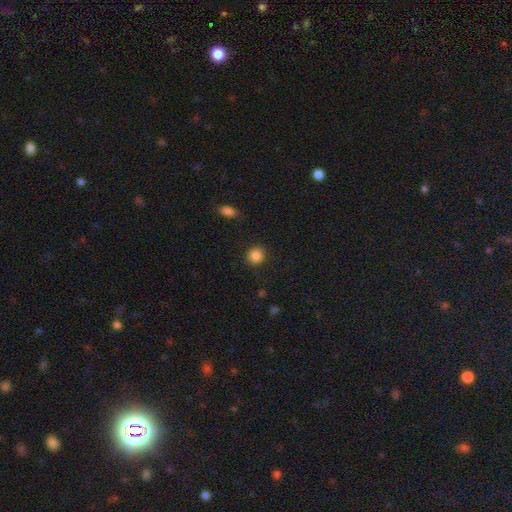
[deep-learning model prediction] A smooth galaxy with no disk features (86%) that is round (88%). Merging: none (89%).